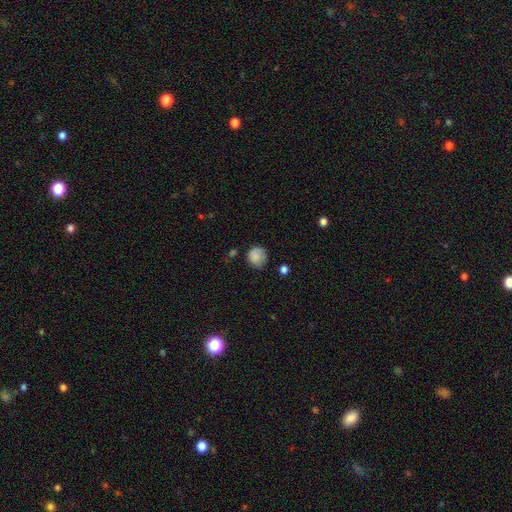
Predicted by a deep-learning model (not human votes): A smooth galaxy with no disk features (81%) that is round (87%).

Vote fractions:
- Smooth or featured? smooth: 81% / featured or disk: 11% / star or artifact: 8%
- How rounded? round: 87% / in between: 12% / cigar-shaped: 1%
- Merging? none: 69% / minor disturbance: 23% / major disturbance: 7% / merger: 2%